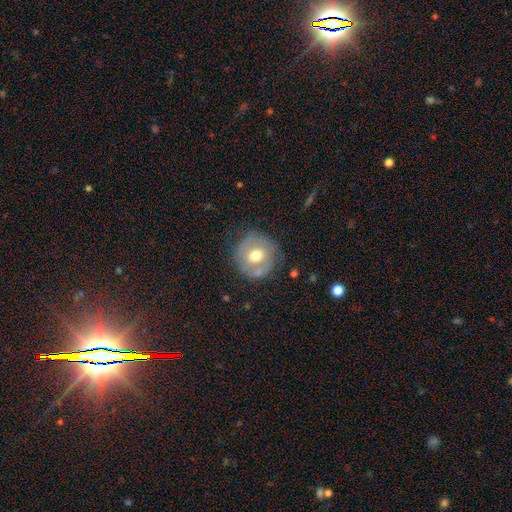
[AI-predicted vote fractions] Smooth or featured? smooth (51%)
How rounded? round (91%)
Merging? none (72%)